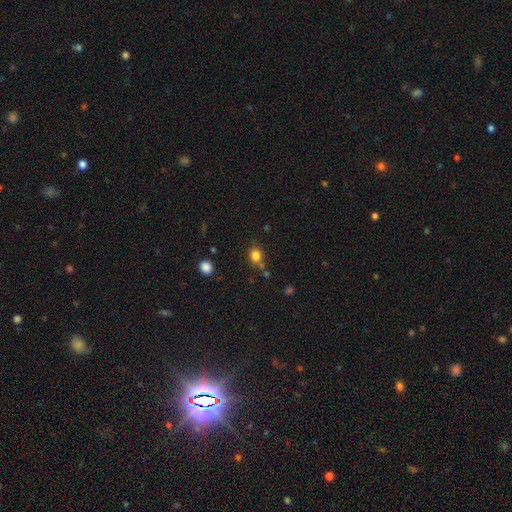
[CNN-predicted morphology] type=smooth (81%); roundness=round (73%); merging=none (68%).